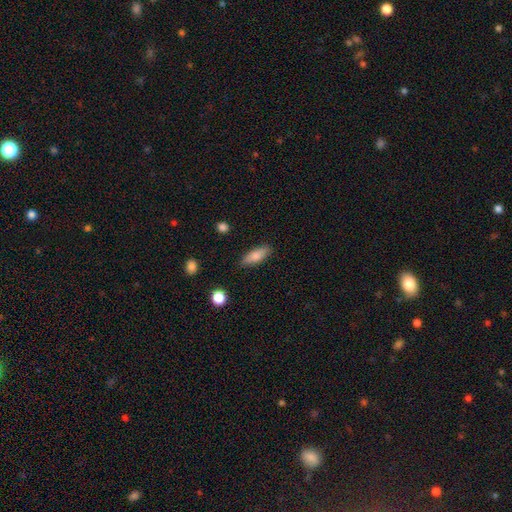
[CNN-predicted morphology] type=smooth (78%); roundness=in between (66%); merging=none (85%).